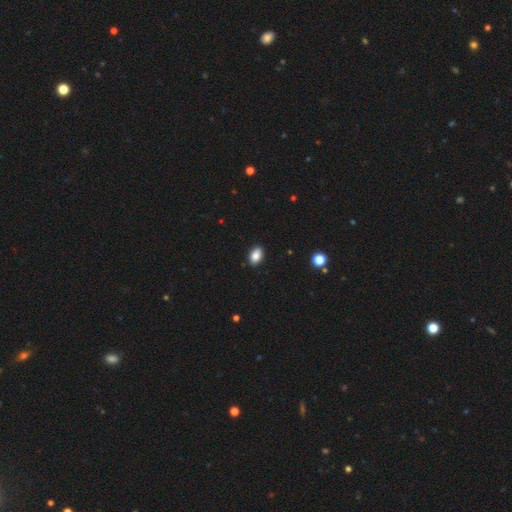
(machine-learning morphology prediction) Overall: smooth (86%). How rounded: in between (90%). Merging: none (89%).